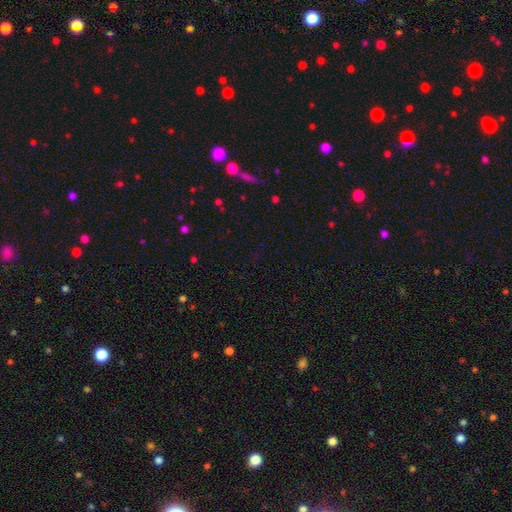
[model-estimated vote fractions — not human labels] Morphology: type=star or artifact (68%).